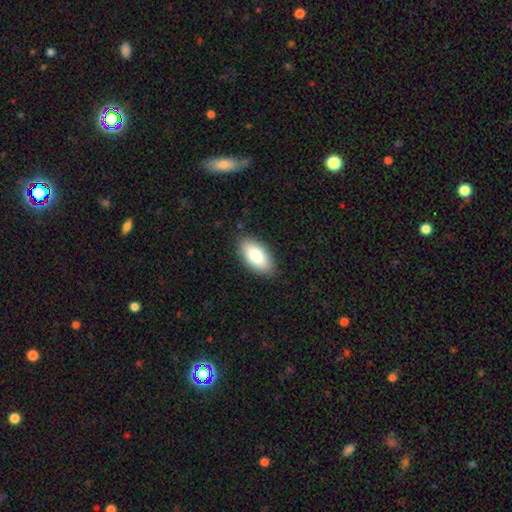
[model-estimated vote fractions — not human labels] A smooth galaxy with no disk features (81%) that is in between round and cigar-shaped (93%). Merging: none (86%).